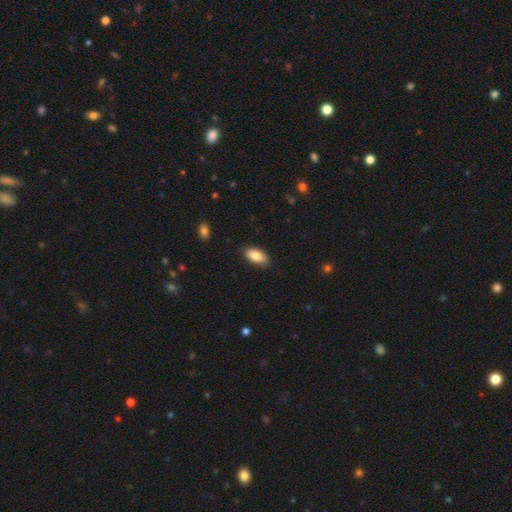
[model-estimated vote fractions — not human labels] smooth_or_featured: smooth (p=0.86) [alt: featured or disk p=0.08]
how_rounded: in between (p=0.93) [alt: cigar-shaped p=0.04]
merging: none (p=0.84) [alt: minor disturbance p=0.12]